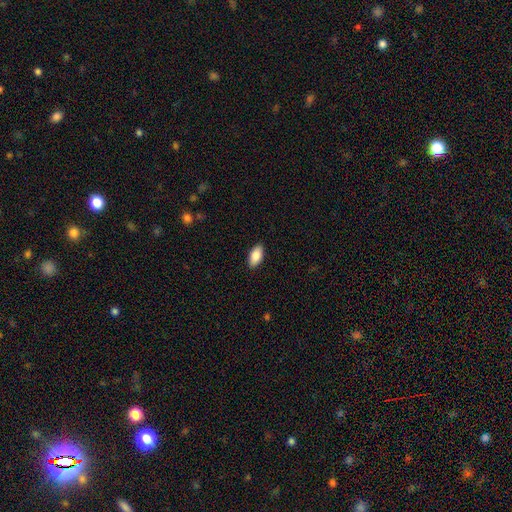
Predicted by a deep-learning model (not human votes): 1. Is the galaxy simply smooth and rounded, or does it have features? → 86% smooth, 7% featured or disk, 6% star or artifact.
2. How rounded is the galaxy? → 93% in between, 4% cigar-shaped, 3% round.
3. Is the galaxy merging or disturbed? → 90% none, 7% minor disturbance, 2% major disturbance, 1% merger.